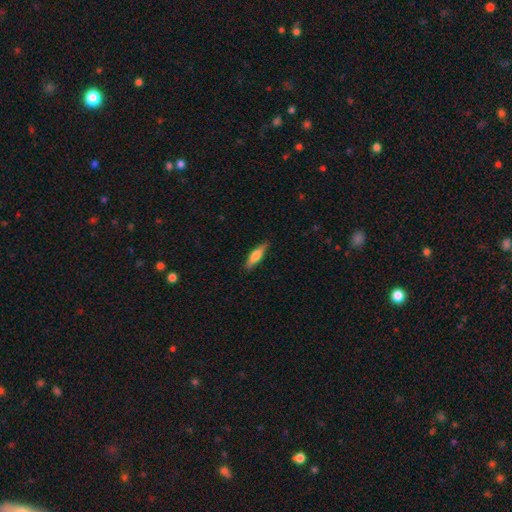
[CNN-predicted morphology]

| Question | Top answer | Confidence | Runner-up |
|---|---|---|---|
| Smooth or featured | smooth | 69% | featured or disk (25%) |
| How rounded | cigar-shaped | 64% | in between (34%) |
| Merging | none | 83% | minor disturbance (14%) |